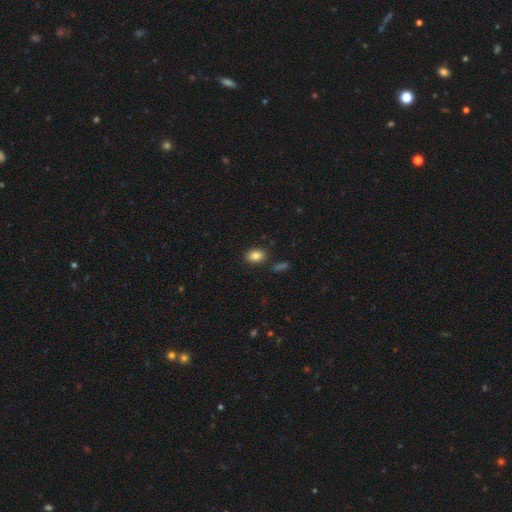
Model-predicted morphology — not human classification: Smooth or featured? Predicted: smooth (p=0.86). How rounded? Predicted: in between (p=0.81). Merging? Predicted: none (p=0.84).